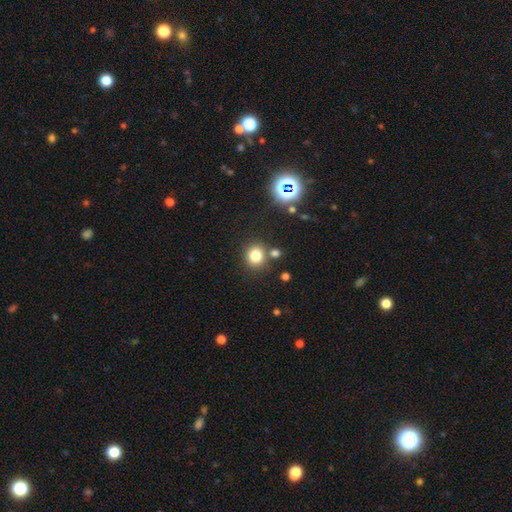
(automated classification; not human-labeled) Overall: smooth (79%). How rounded: round (81%). Merging: none (76%).